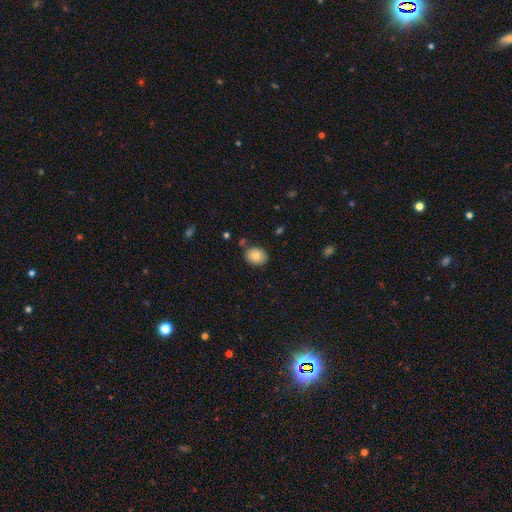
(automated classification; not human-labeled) Smooth or featured: smooth — 82% (featured or disk — 10%)
How rounded: in between — 51% (round — 48%)
Merging: none — 81% (minor disturbance — 12%)